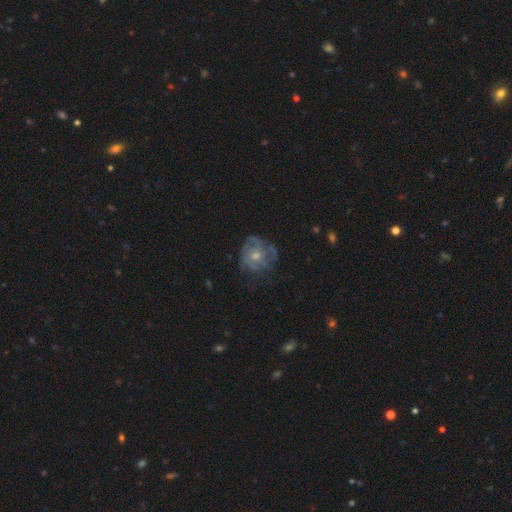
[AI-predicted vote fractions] Smooth or featured: featured or disk — 65% (smooth — 24%)
Edge-on disk: no — 97% (yes — 3%)
Bar: no — 83% (weak — 14%)
Spiral arms: yes — 70% (no — 30%)
Bulge size: moderate — 50% (small — 45%)
Merging: none — 65% (minor disturbance — 21%)